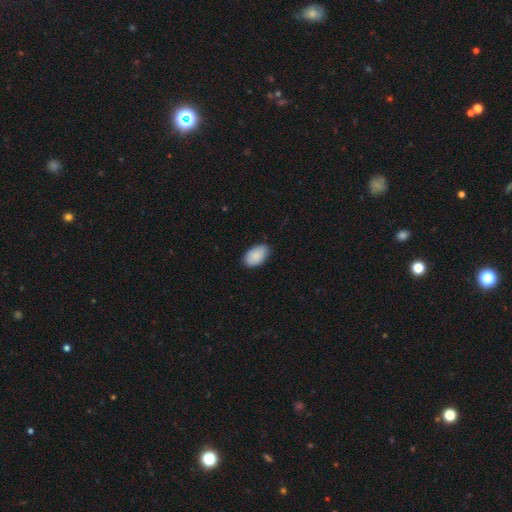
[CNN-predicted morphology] smooth_or_featured: smooth (p=0.88) [alt: star or artifact p=0.06]
how_rounded: in between (p=0.94) [alt: round p=0.05]
merging: none (p=0.81) [alt: minor disturbance p=0.16]